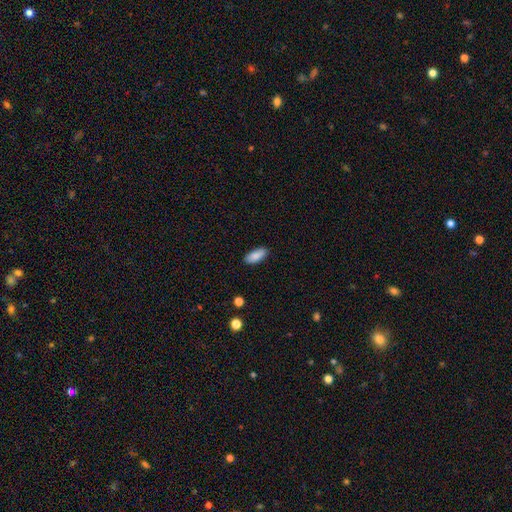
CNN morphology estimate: smooth_or_featured: smooth (p=0.88) [alt: star or artifact p=0.07]
how_rounded: in between (p=0.84) [alt: cigar-shaped p=0.14]
merging: none (p=0.87) [alt: minor disturbance p=0.09]